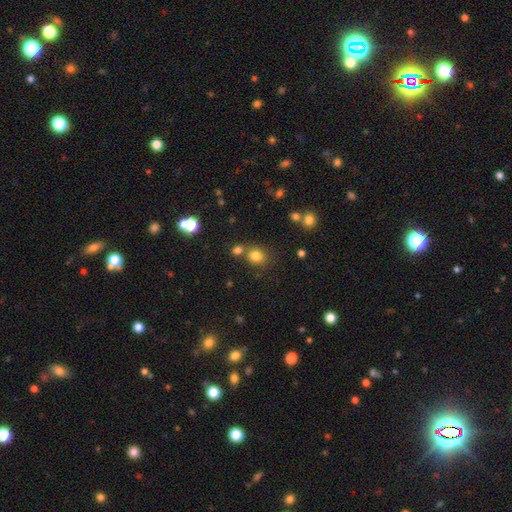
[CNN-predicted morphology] type=smooth (79%); roundness=round (76%); merging=none (66%).